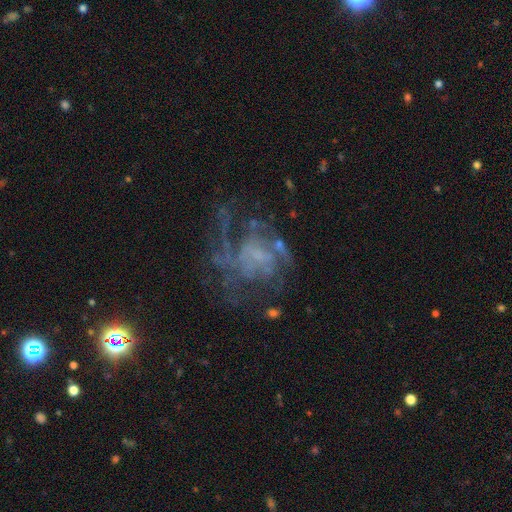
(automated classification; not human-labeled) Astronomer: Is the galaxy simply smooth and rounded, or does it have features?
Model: featured or disk — 69%.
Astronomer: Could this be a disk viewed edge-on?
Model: no — 98%.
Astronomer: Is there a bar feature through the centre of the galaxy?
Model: no — 71%.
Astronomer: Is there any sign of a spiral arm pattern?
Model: yes — 64%.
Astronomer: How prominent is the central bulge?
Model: none — 58%.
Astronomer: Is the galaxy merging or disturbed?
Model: none — 46% (runner-up: major disturbance, 34%).